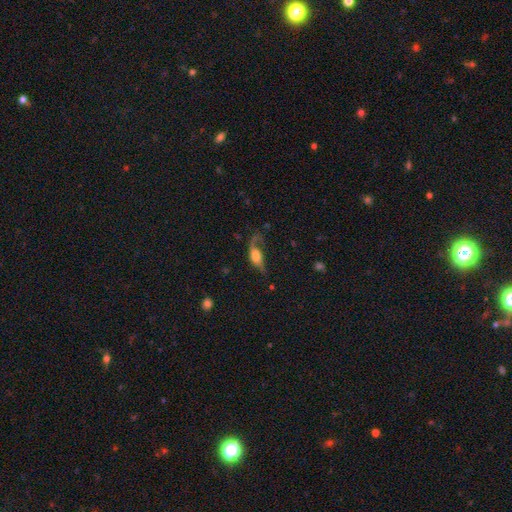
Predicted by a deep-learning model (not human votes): Smooth or featured? Predicted: featured or disk (p=0.52). Edge-on disk? Predicted: no (p=0.67). Merging? Predicted: major disturbance (p=0.42).